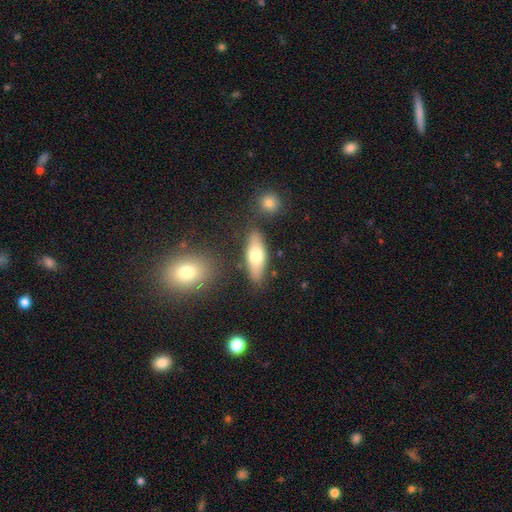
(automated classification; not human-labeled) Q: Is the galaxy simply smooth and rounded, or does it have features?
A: smooth — 68%.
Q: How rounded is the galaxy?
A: in between — 66%.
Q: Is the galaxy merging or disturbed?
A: none — 80%.